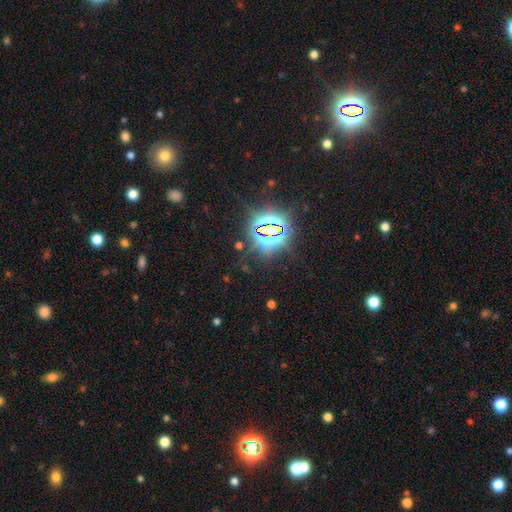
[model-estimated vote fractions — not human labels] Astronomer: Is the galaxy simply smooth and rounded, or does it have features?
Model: star or artifact — 81%.